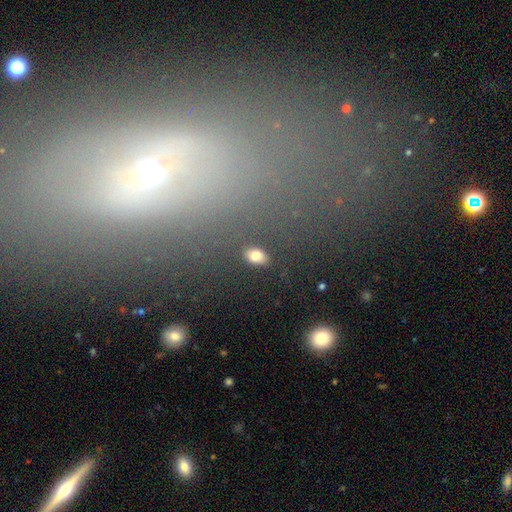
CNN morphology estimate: A smooth galaxy with no disk features (81%) that is in between round and cigar-shaped (88%).

Vote fractions:
- Smooth or featured? smooth: 81% / star or artifact: 11% / featured or disk: 8%
- How rounded? in between: 88% / round: 10% / cigar-shaped: 2%
- Merging? none: 86% / minor disturbance: 9% / major disturbance: 3% / merger: 2%